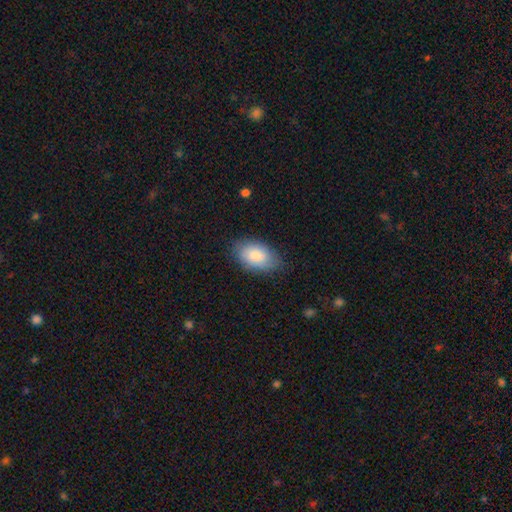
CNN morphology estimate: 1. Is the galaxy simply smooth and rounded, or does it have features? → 83% smooth, 11% featured or disk, 6% star or artifact.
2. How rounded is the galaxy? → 92% in between, 6% round, 1% cigar-shaped.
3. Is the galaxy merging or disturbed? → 78% none, 17% minor disturbance, 4% major disturbance, 1% merger.